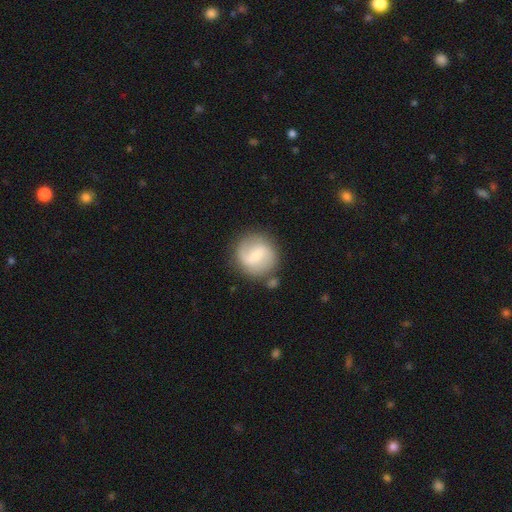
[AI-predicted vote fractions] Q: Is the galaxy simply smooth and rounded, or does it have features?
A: featured or disk — 62%.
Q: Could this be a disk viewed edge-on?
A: no — 98%.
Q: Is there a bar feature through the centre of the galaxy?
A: weak — 54%.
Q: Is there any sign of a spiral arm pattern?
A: yes — 89%.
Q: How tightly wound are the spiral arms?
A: medium — 43%.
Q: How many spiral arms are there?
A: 2 — 85%.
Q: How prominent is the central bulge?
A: small — 58%.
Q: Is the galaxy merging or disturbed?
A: none — 78%.